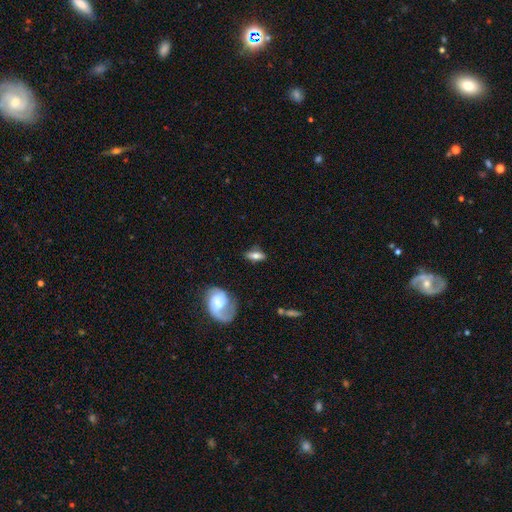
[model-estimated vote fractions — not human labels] The model was most divided on "smooth or featured": smooth: 57%, featured or disk: 35%, star or artifact: 8%. More confident: merging — none (74%); how rounded — in between (71%).